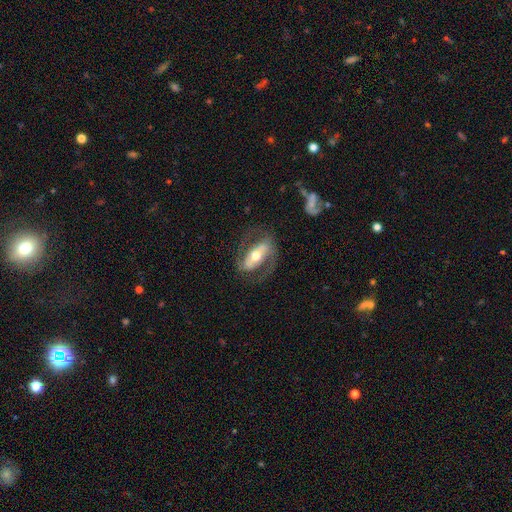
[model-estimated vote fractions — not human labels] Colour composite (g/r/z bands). It shows a featured or disk galaxy (74%) with a strong bar (47%), 2 (82%) medium (47%) spiral arms (76%) and a moderate central bulge (70%). Merging: none (68%).